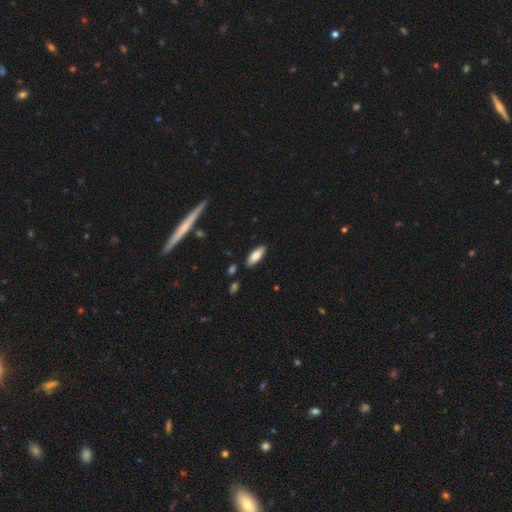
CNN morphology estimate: Smooth or featured?
  - smooth: 83% *
  - featured or disk: 11%
  - star or artifact: 6%
How rounded?
  - in between: 67% *
  - cigar-shaped: 32%
  - round: 2%
Merging?
  - none: 85% *
  - minor disturbance: 11%
  - major disturbance: 2%
  - merger: 2%